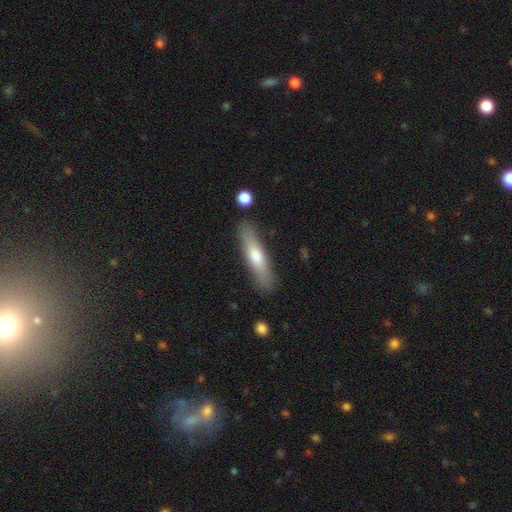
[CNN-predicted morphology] This is likely a smooth galaxy (64%). How rounded: likely cigar-shaped (78%). Merging: clearly none (85%).